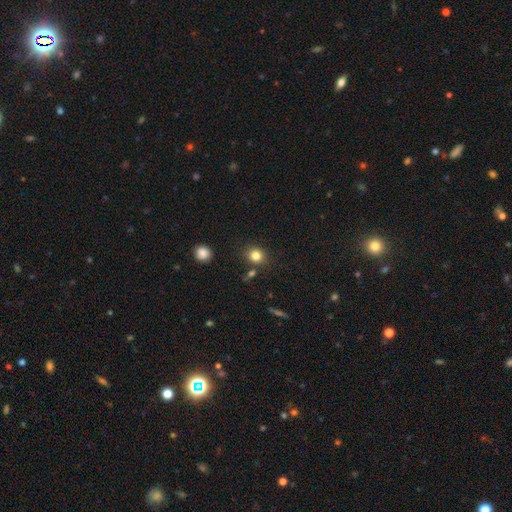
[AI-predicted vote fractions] smooth-or-featured: smooth: 82% | star or artifact: 12% | featured or disk: 6%
  how-rounded: round: 75% | in between: 24% | cigar-shaped: 1%
  merging: none: 82% | minor disturbance: 10% | merger: 5% | major disturbance: 3%